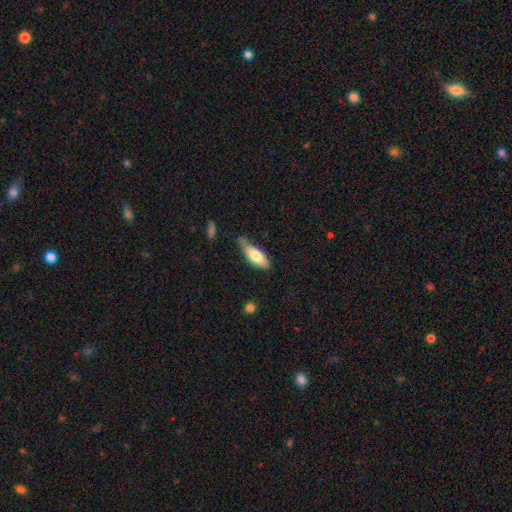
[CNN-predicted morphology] A smooth galaxy with no disk features (70%) that is in between round and cigar-shaped (70%).

Vote fractions:
- Smooth or featured? smooth: 70% / featured or disk: 24% / star or artifact: 6%
- How rounded? in between: 70% / cigar-shaped: 28% / round: 2%
- Merging? none: 48% / minor disturbance: 36% / major disturbance: 9% / merger: 7%